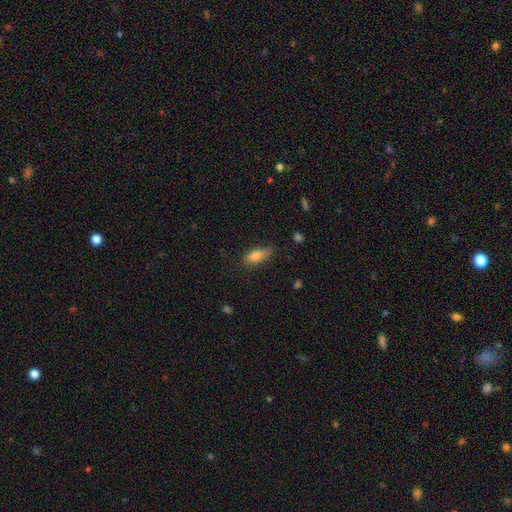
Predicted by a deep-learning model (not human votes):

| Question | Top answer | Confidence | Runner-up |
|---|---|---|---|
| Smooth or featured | smooth | 80% | featured or disk (11%) |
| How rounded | in between | 79% | cigar-shaped (17%) |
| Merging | none | 63% | minor disturbance (28%) |